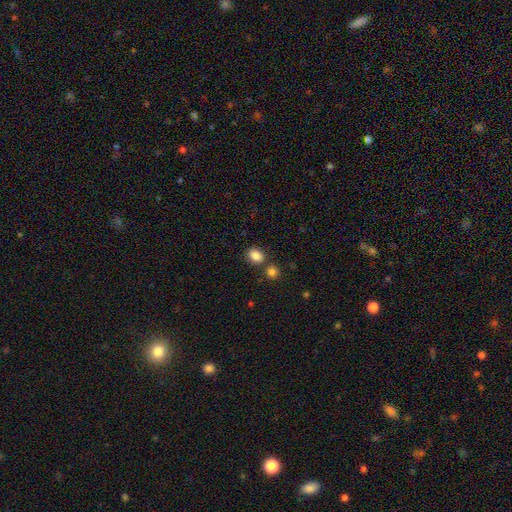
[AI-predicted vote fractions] Smooth or featured? smooth (86%)
How rounded? in between (56%)
Merging? none (72%)